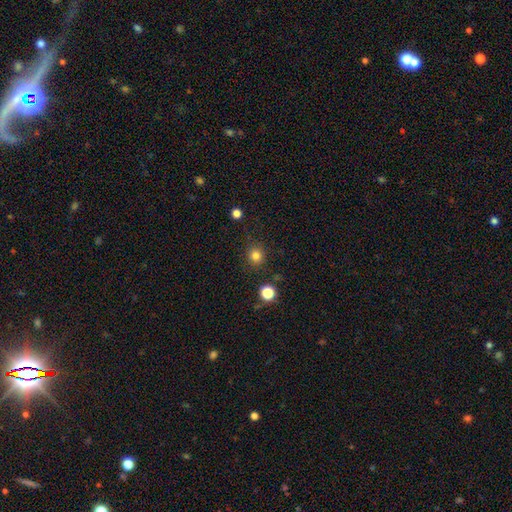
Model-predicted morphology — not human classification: type=smooth (82%); roundness=round (91%); merging=none (88%).